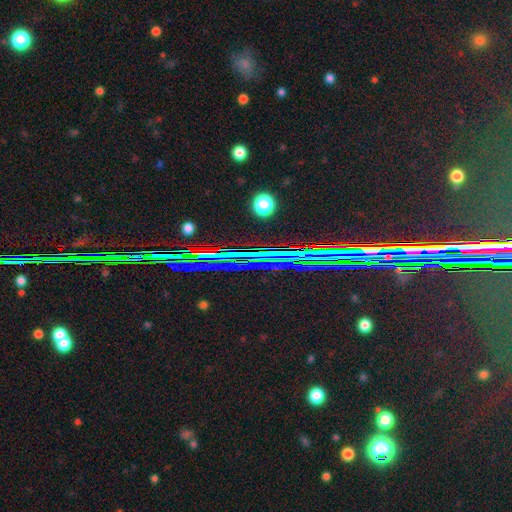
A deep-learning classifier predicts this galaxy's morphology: smooth-or-featured: star or artifact: 75% | smooth: 13% | featured or disk: 12%